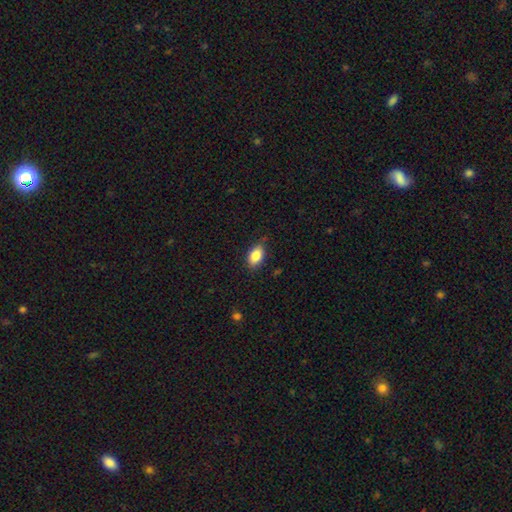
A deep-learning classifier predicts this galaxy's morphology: The model was most divided on "merging": none: 78%, minor disturbance: 17%, major disturbance: 3%, merger: 1%. More confident: how rounded — in between (89%); smooth or featured — smooth (85%).